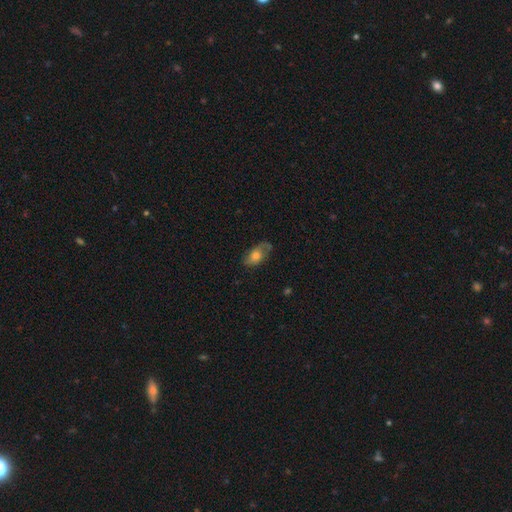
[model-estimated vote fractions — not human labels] A smooth galaxy with no disk features (50%).

Vote fractions:
- Smooth or featured? smooth: 50% / featured or disk: 42% / star or artifact: 8%
- Merging? none: 63% / minor disturbance: 25% / major disturbance: 10% / merger: 2%